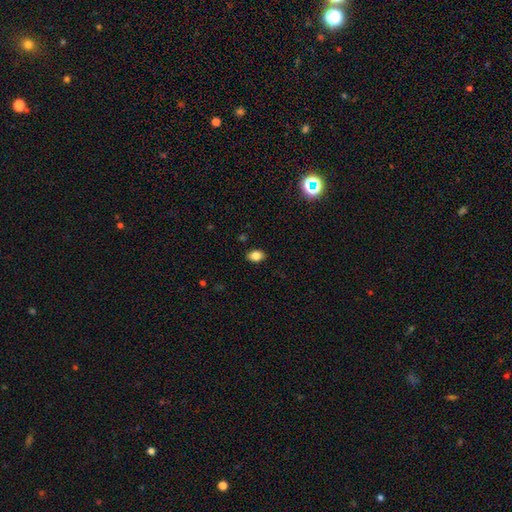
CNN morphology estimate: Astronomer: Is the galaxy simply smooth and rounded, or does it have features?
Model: smooth — 84%.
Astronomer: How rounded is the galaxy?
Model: in between — 78%.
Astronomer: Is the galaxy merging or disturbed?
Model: none — 87%.